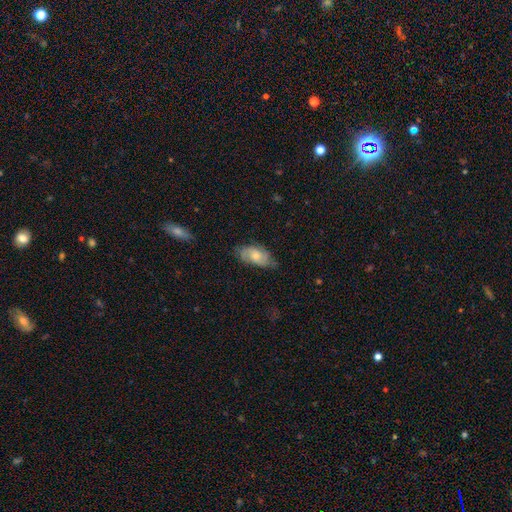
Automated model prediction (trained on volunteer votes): Overall: smooth (47%; featured or disk 46%). Merging: none (64%; minor disturbance 27%).